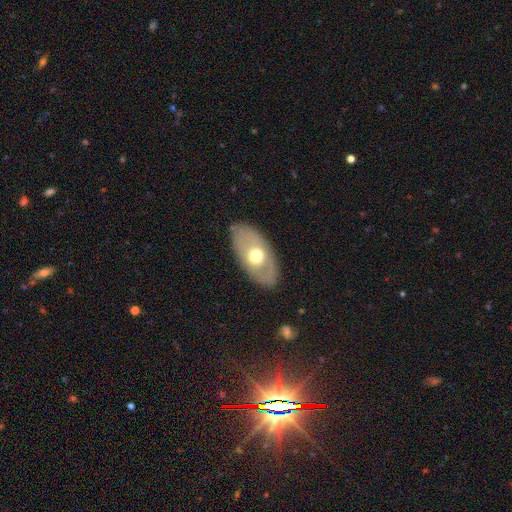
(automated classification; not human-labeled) smooth_or_featured: smooth (p=0.49) [alt: featured or disk p=0.45]
merging: none (p=0.83) [alt: minor disturbance p=0.12]